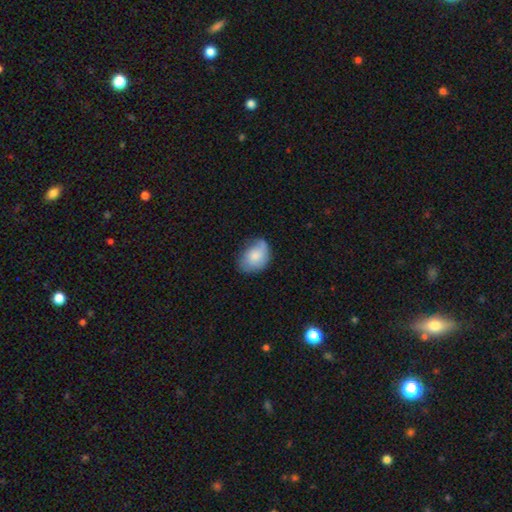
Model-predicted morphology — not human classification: The model was most divided on "merging": none: 56%, minor disturbance: 32%, major disturbance: 10%, merger: 2%. More confident: how rounded — in between (74%); smooth or featured — smooth (67%).